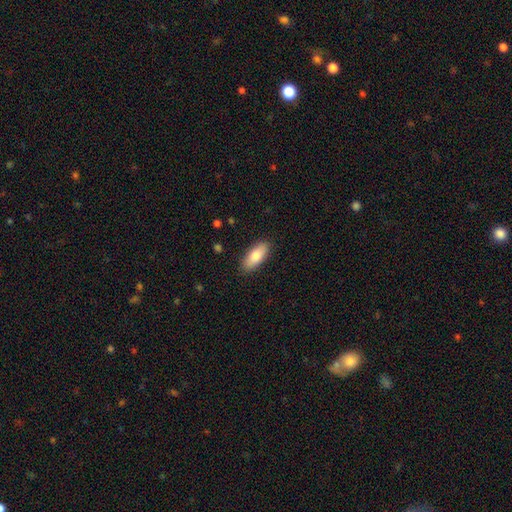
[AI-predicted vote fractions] Morphology: type=smooth (79%); roundness=in between (81%); merging=none (88%).